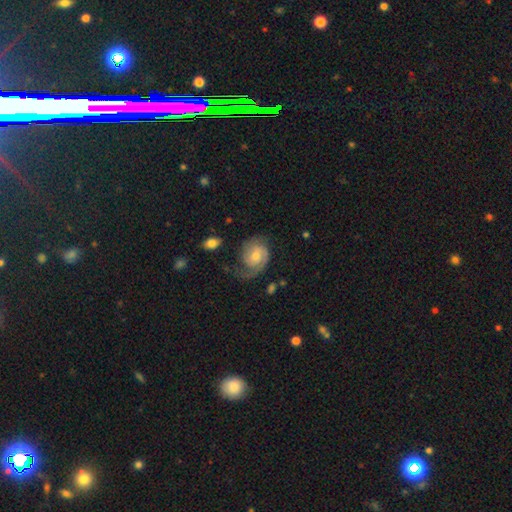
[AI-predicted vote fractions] smooth_or_featured: featured or disk (p=0.75) [alt: smooth p=0.18]
disk_edge_on: no (p=0.97) [alt: yes p=0.03]
bar: no (p=0.59) [alt: weak p=0.35]
has_spiral_arms: yes (p=0.94) [alt: no p=0.06]
spiral_winding: tight (p=0.40) [alt: medium p=0.39]
spiral_arm_count: 2 (p=0.53) [alt: 1 p=0.31]
bulge_size: moderate (p=0.51) [alt: small p=0.42]
merging: none (p=0.54) [alt: minor disturbance p=0.23]